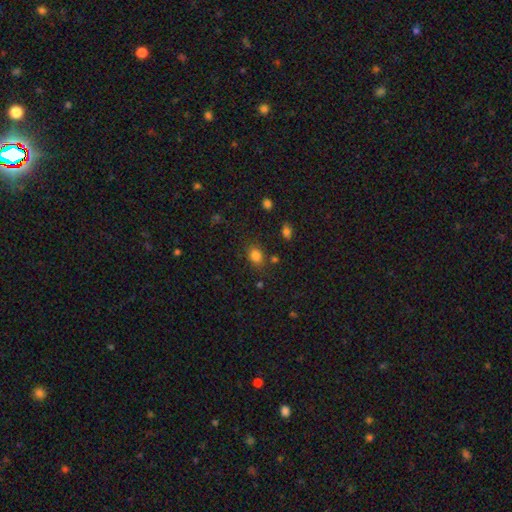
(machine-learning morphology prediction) type=smooth (81%); roundness=in between (56%); merging=none (74%).